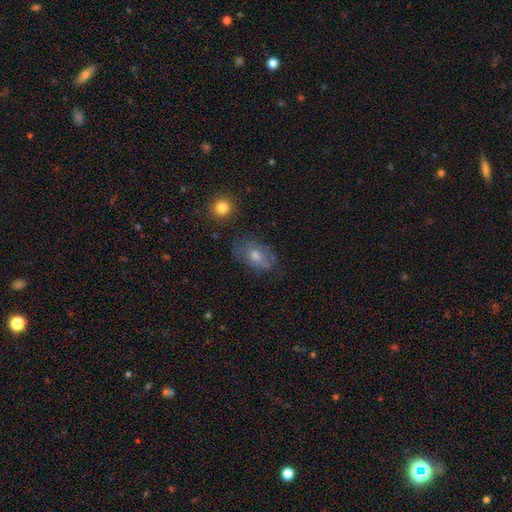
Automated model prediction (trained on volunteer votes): A smooth galaxy with no disk features (44%).

Vote fractions:
- Smooth or featured? smooth: 44% / featured or disk: 43% / star or artifact: 14%
- Merging? none: 67% / minor disturbance: 22% / major disturbance: 9% / merger: 2%